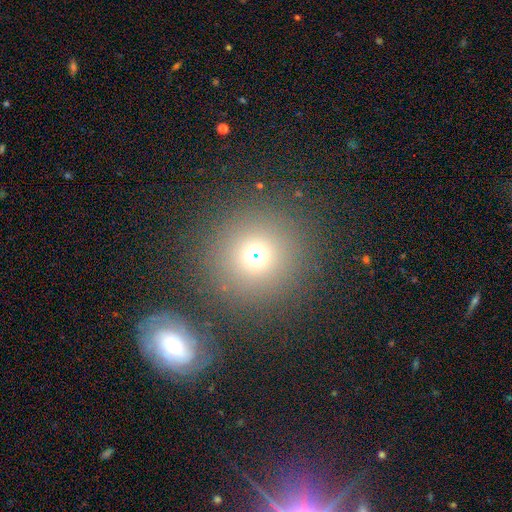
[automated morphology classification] A smooth galaxy with no disk features (69%) that is round (93%). Merging: none (74%).